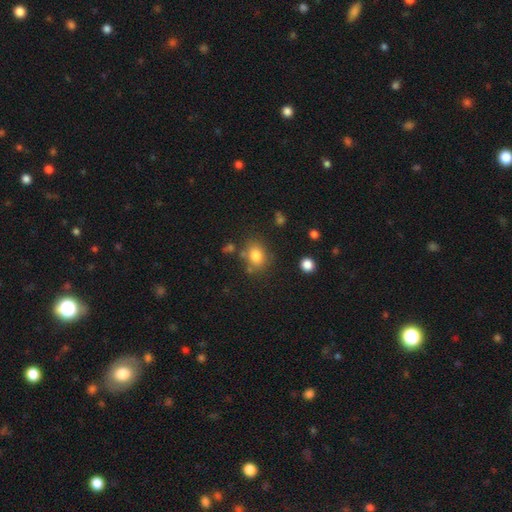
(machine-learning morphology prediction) Smooth or featured?
  - smooth: 81% *
  - star or artifact: 11%
  - featured or disk: 8%
How rounded?
  - round: 49% * (tied)
  - in between: 49% * (tied)
  - cigar-shaped: 1%
Merging?
  - none: 71% *
  - minor disturbance: 15%
  - merger: 9%
  - major disturbance: 5%